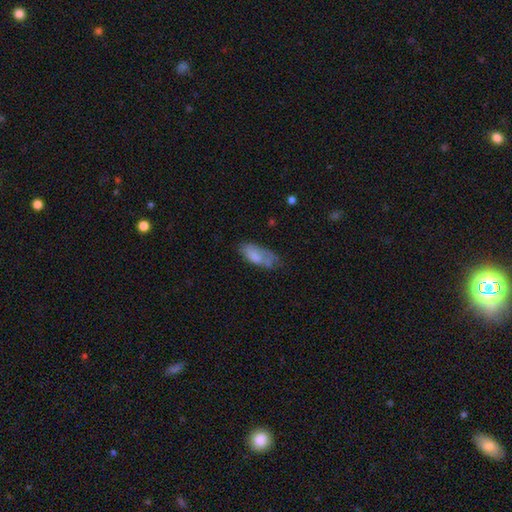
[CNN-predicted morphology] Smooth or featured? Predicted: smooth (p=0.72). How rounded? Predicted: in between (p=0.82). Merging? Predicted: none (p=0.41).